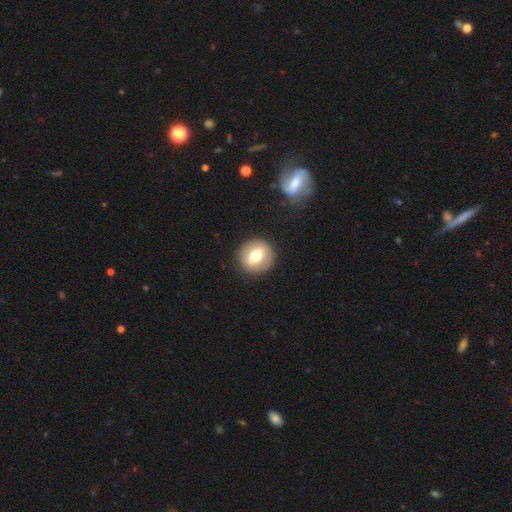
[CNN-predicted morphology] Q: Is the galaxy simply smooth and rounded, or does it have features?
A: smooth — 61%.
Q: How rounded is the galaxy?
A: round — 85%.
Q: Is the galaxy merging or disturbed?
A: none — 89%.